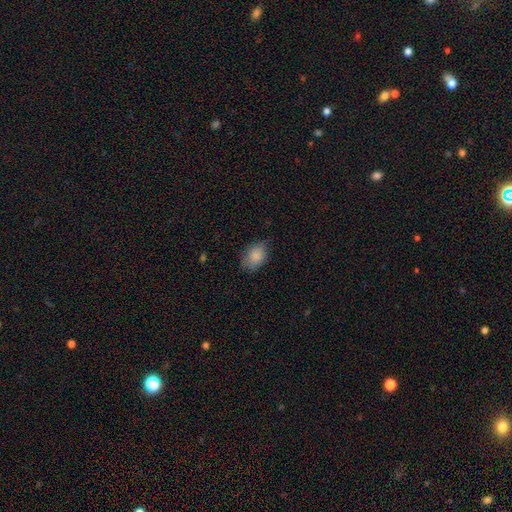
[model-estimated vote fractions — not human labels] smooth 86%, star or artifact 7%, featured or disk 7%. Down the decision tree: how rounded — in between (81%); merging — none (69%).